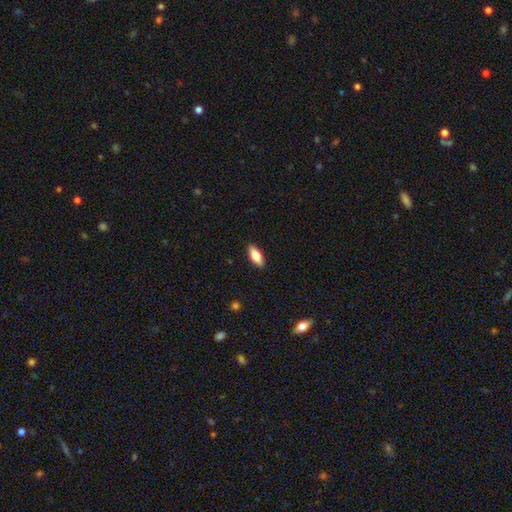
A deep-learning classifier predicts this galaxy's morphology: smooth 80%, featured or disk 14%, star or artifact 6%. Down the decision tree: how rounded — in between (79%); merging — none (90%).